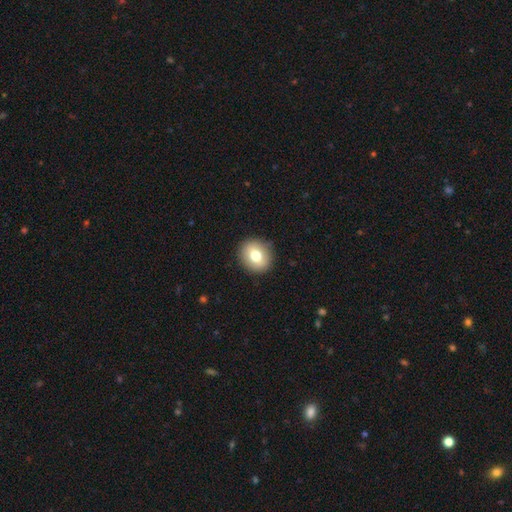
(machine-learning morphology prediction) This is likely a smooth galaxy (74%). How rounded: likely round (77%). Merging: clearly none (89%).